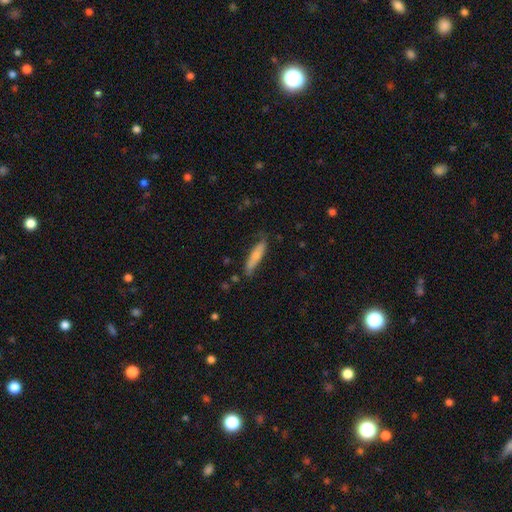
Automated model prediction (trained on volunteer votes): Overall: smooth (67%; featured or disk 27%). How rounded: cigar-shaped (79%). Merging: none (71%).